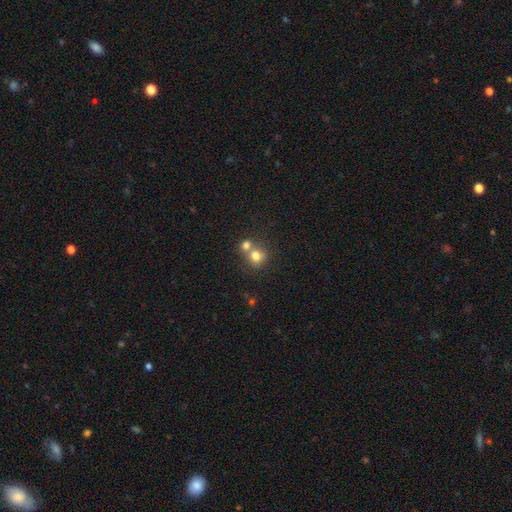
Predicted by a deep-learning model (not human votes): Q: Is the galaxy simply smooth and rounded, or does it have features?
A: smooth — 77%.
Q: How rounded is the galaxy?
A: round — 81%.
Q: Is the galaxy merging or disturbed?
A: merger — 52%.